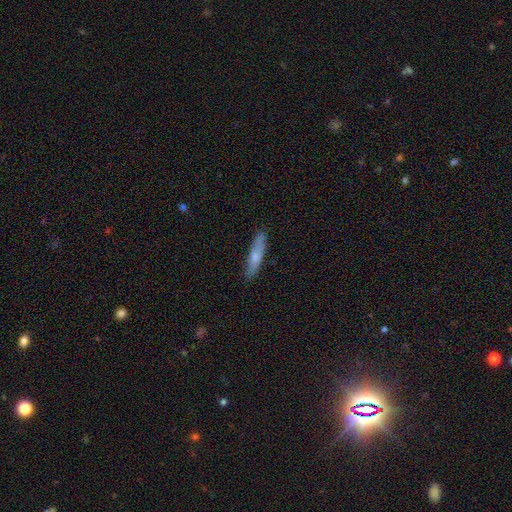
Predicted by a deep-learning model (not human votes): Smooth or featured? smooth (64%)
How rounded? cigar-shaped (84%)
Merging? none (85%)